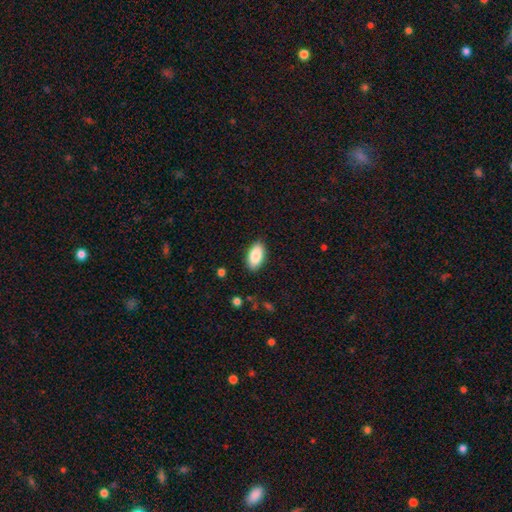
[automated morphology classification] Smooth or featured? smooth (87%)
How rounded? in between (94%)
Merging? none (88%)